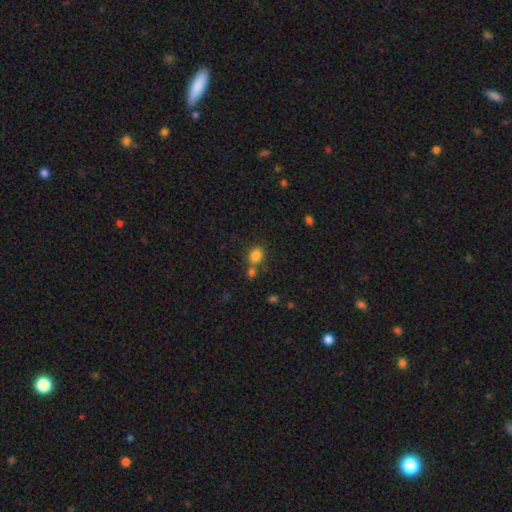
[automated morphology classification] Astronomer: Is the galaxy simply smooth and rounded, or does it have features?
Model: smooth — 83%.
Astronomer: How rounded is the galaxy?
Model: round — 50% (runner-up: in between, 48%).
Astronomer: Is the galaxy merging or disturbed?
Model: none — 58%.